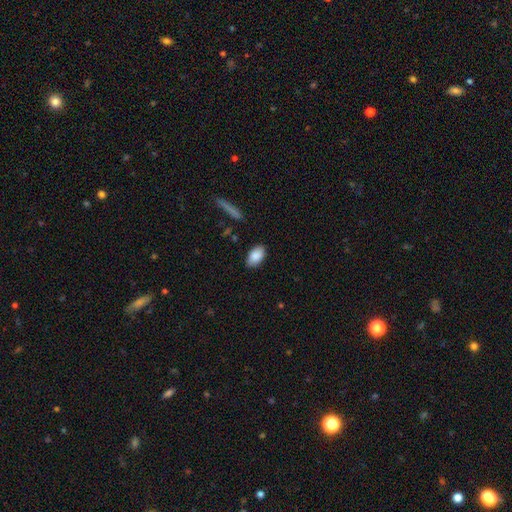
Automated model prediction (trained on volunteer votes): Smooth or featured? Predicted: smooth (p=0.88). How rounded? Predicted: in between (p=0.94). Merging? Predicted: none (p=0.84).